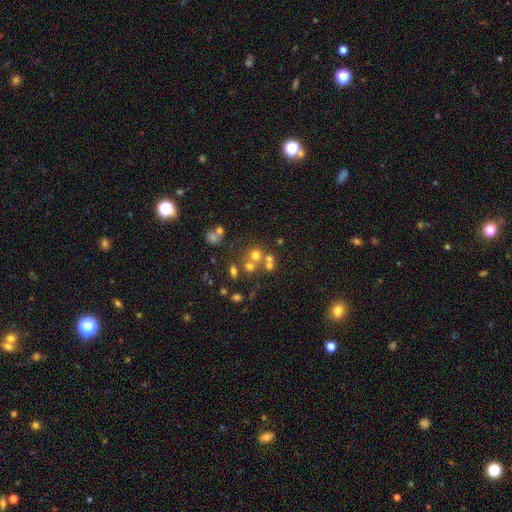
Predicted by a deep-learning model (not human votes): Q: Smooth or featured?
A: smooth (58%); runner-up: star or artifact (22%)
Q: How rounded?
A: round (84%); runner-up: in between (15%)
Q: Merging?
A: none (48%); runner-up: merger (38%)